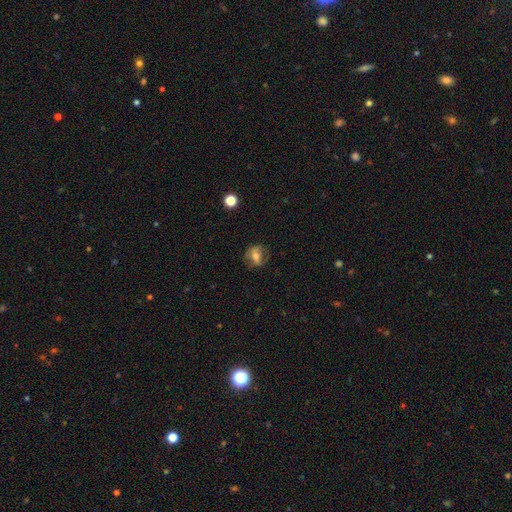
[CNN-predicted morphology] Overall: smooth (52%; featured or disk 37%). How rounded: round (61%; in between 37%). Merging: none (69%).